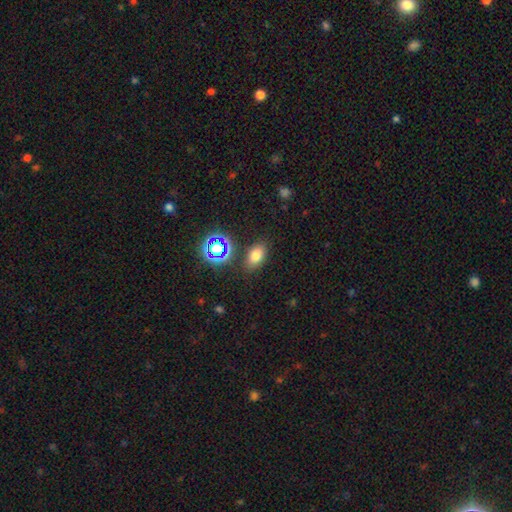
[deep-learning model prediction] smooth 72%, star or artifact 19%, featured or disk 9%. Down the decision tree: how rounded — in between (85%); merging — none (83%).